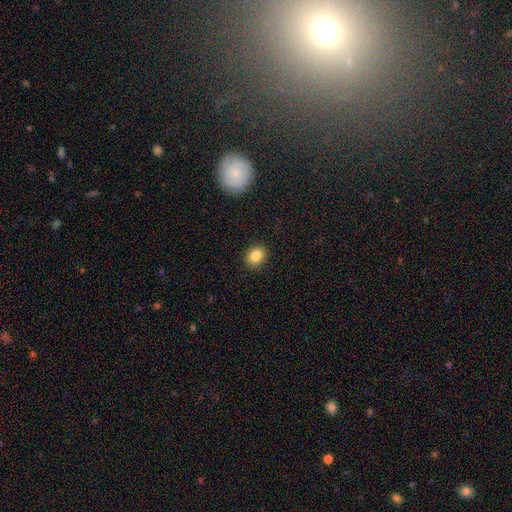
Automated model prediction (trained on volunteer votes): This appears to be a smooth galaxy with no disk features (85%) that is round (58%). Merging: none (90%).